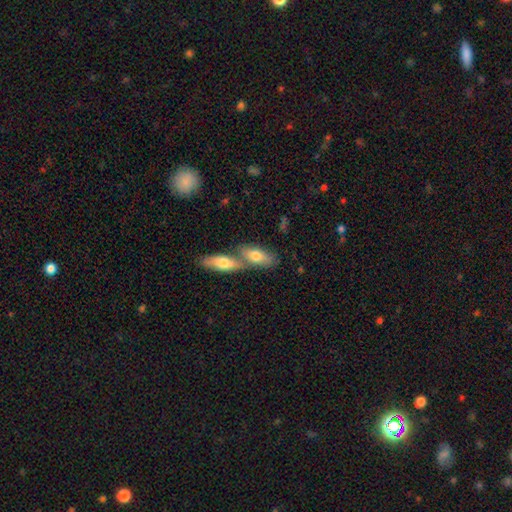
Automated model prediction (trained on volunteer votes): A smooth galaxy with no disk features (72%) that is in between round and cigar-shaped (77%). Merging: merger (52%).